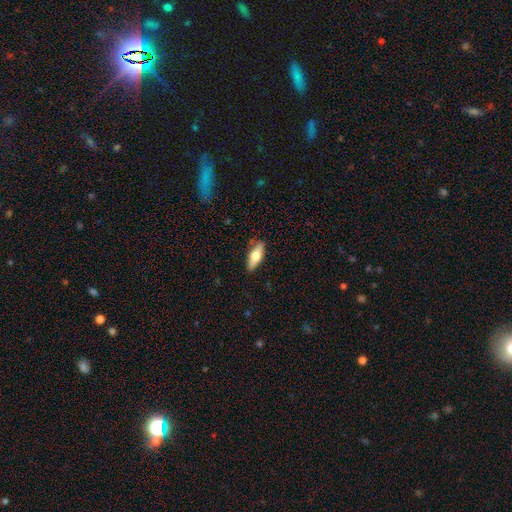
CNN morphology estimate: This is likely a smooth galaxy (60%). How rounded: likely in between (66%). Merging: clearly none (85%).